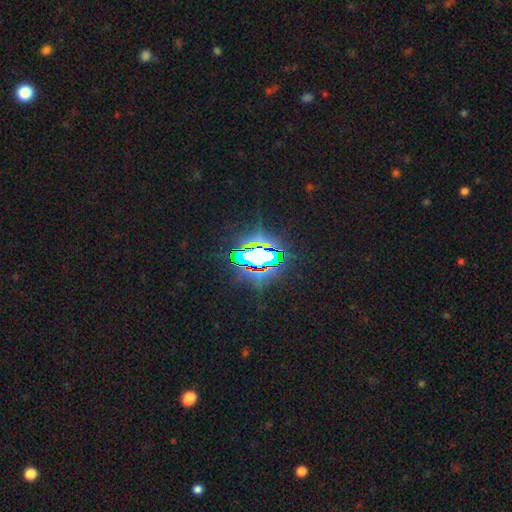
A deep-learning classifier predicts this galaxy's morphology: Q: Smooth or featured?
A: star or artifact (72%); runner-up: smooth (16%)